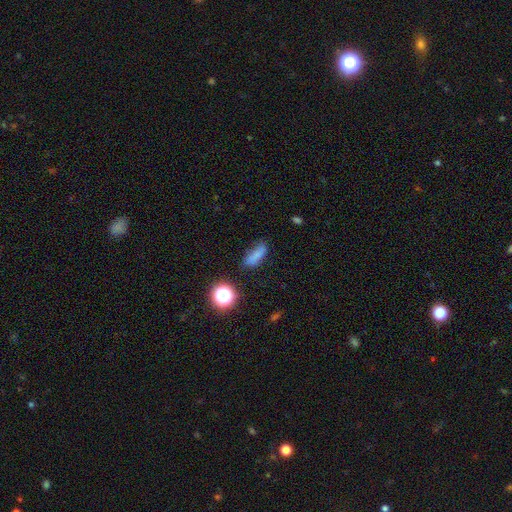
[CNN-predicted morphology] smooth_or_featured: smooth (p=0.72) [alt: star or artifact p=0.16]
how_rounded: in between (p=0.61) [alt: cigar-shaped p=0.30]
merging: none (p=0.64) [alt: minor disturbance p=0.24]